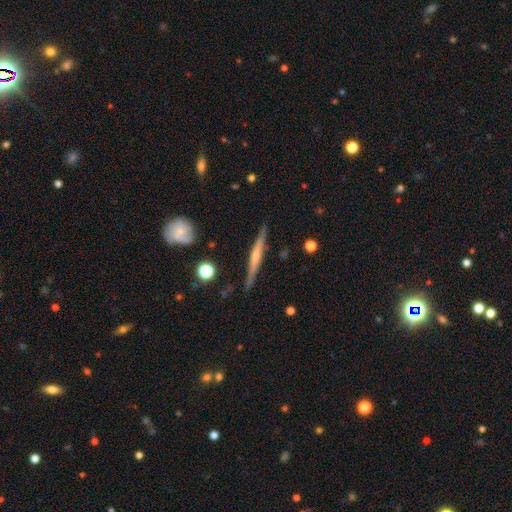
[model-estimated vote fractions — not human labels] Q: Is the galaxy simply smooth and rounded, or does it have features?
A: featured or disk — 72%.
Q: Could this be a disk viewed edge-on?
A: yes — 97%.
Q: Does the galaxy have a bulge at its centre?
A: rounded — 62%.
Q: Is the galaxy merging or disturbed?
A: none — 86%.